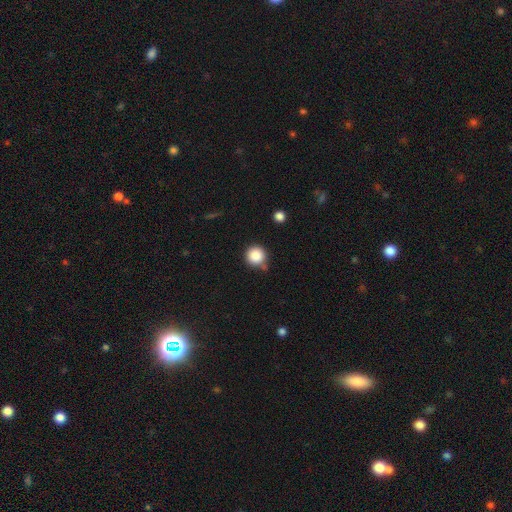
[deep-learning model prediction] smooth_or_featured: smooth (p=0.86) [alt: star or artifact p=0.10]
how_rounded: round (p=0.95) [alt: in between p=0.04]
merging: none (p=0.74) [alt: minor disturbance p=0.14]